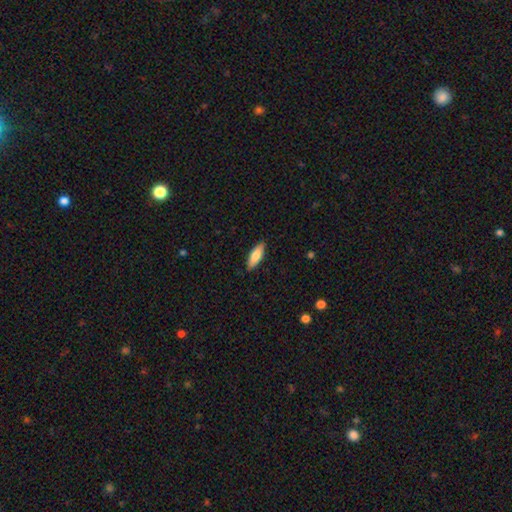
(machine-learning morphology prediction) smooth-or-featured: smooth: 79% | featured or disk: 15% | star or artifact: 6%
  how-rounded: in between: 59% | cigar-shaped: 39% | round: 2%
  merging: none: 88% | minor disturbance: 9% | major disturbance: 2% | merger: 1%